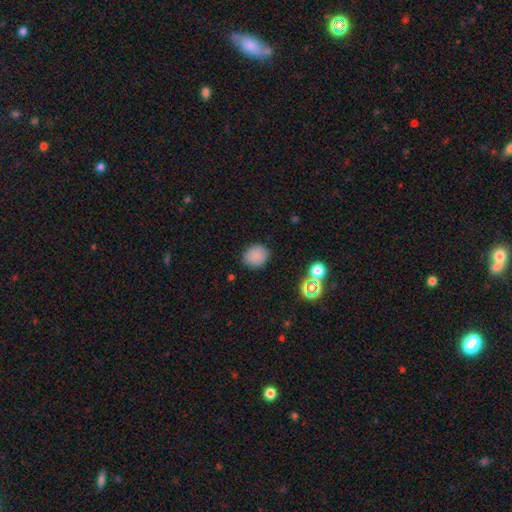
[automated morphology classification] Overall: smooth (84%). How rounded: round (74%). Merging: none (87%).